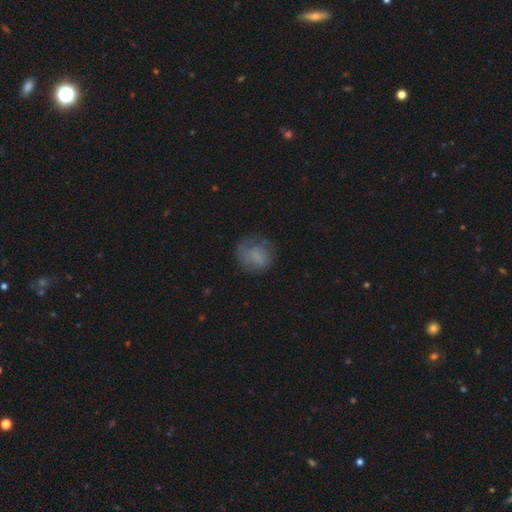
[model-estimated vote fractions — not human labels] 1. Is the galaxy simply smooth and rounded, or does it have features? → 63% smooth, 26% featured or disk, 11% star or artifact.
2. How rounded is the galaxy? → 73% round, 26% in between, 1% cigar-shaped.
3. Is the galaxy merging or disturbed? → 55% none, 24% minor disturbance, 19% major disturbance, 2% merger.